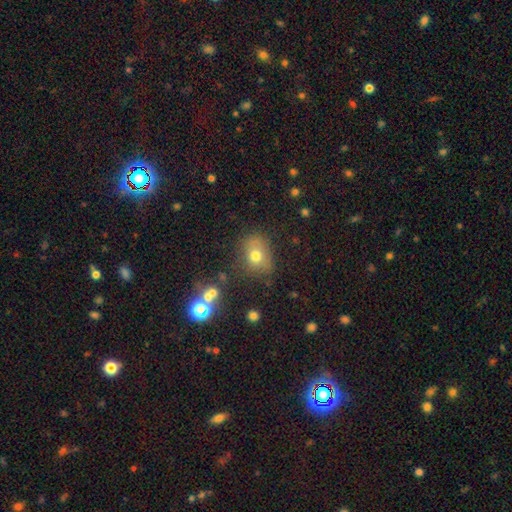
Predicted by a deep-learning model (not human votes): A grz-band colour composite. It shows a smooth galaxy with no disk features (71%) that is in between round and cigar-shaped (53%). Merging: none (64%).